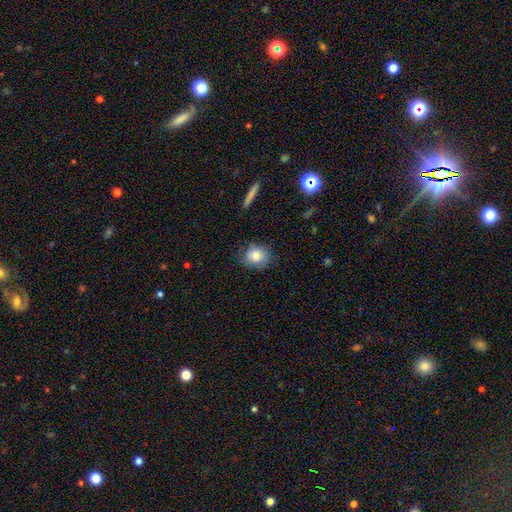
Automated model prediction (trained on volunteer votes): A smooth galaxy with no disk features (79%) that is round (72%).

Vote fractions:
- Smooth or featured? smooth: 79% / featured or disk: 13% / star or artifact: 9%
- How rounded? round: 72% / in between: 27% / cigar-shaped: 1%
- Merging? none: 77% / minor disturbance: 17% / major disturbance: 4% / merger: 1%